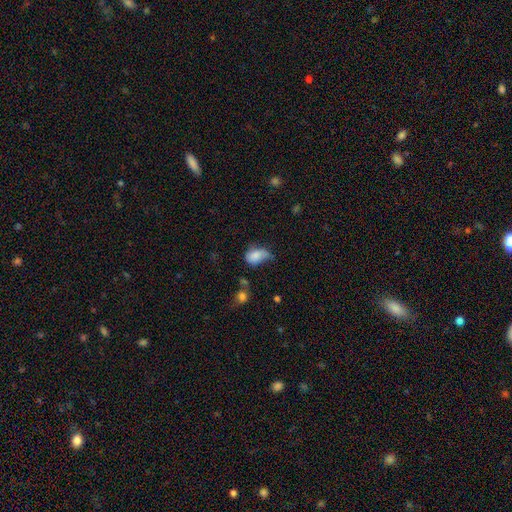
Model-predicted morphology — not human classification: Q: Smooth or featured?
A: smooth (78%); runner-up: featured or disk (13%)
Q: How rounded?
A: in between (84%); runner-up: round (14%)
Q: Merging?
A: minor disturbance (42%); runner-up: none (31%)